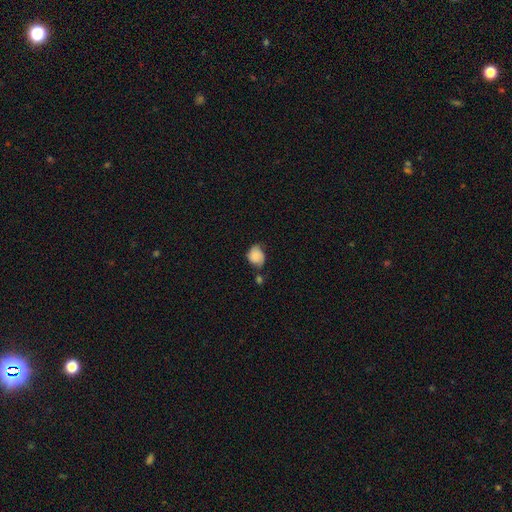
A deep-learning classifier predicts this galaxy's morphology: Smooth or featured?
  - smooth: 77% *
  - featured or disk: 14%
  - star or artifact: 9%
How rounded?
  - round: 54% *
  - in between: 45%
  - cigar-shaped: 1%
Merging?
  - none: 46% *
  - minor disturbance: 33%
  - merger: 12%
  - major disturbance: 9%